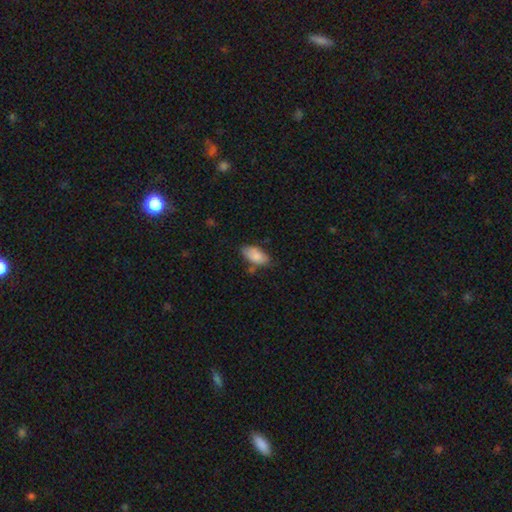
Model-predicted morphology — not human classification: Smooth or featured: smooth — 84% (featured or disk — 10%)
How rounded: in between — 93% (cigar-shaped — 5%)
Merging: none — 68% (minor disturbance — 23%)